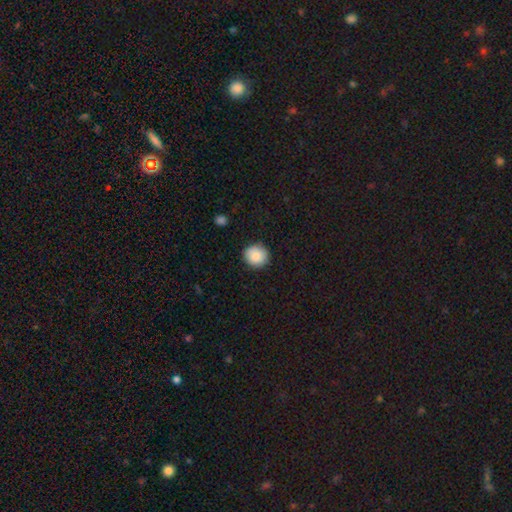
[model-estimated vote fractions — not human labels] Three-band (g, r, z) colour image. It shows a smooth galaxy with no disk features (87%) that is round (91%). Merging: none (89%).